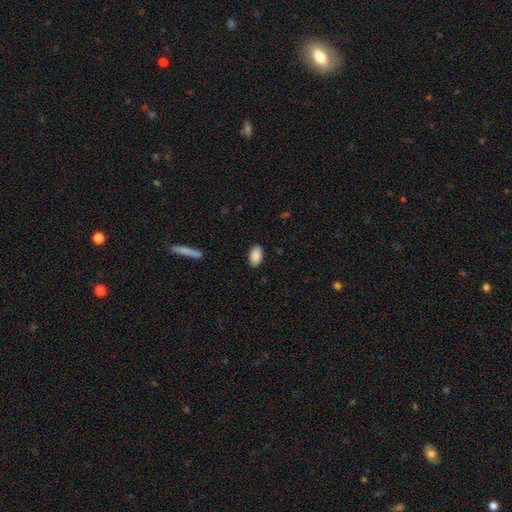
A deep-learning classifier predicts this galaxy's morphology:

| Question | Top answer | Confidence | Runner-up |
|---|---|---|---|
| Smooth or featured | smooth | 89% | star or artifact (6%) |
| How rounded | in between | 94% | round (4%) |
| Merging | none | 87% | minor disturbance (10%) |